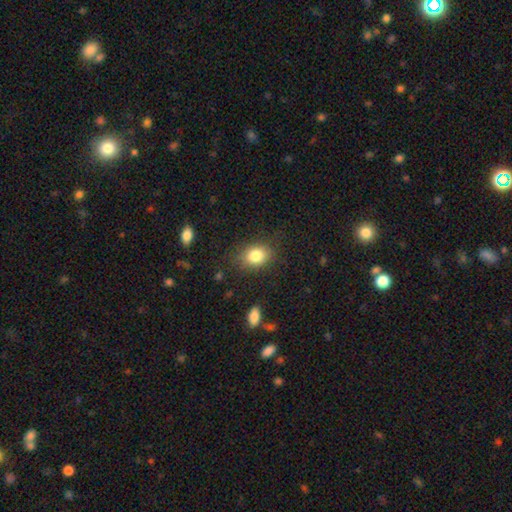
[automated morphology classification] This is clearly a smooth galaxy (82%). How rounded: likely in between (64%). Merging: clearly none (81%).